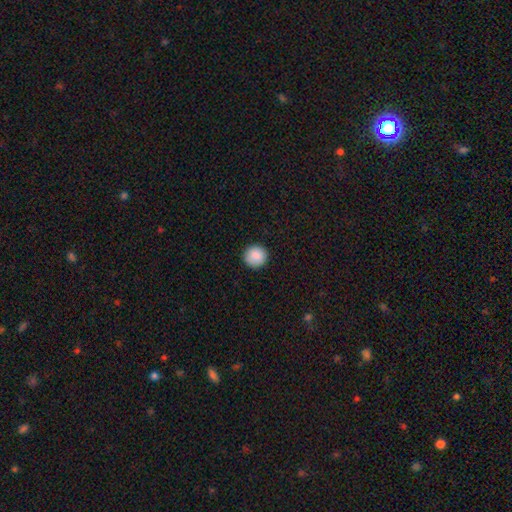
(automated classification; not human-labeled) The model was most divided on "smooth or featured": smooth: 87%, star or artifact: 8%, featured or disk: 5%. More confident: how rounded — round (94%); merging — none (90%).